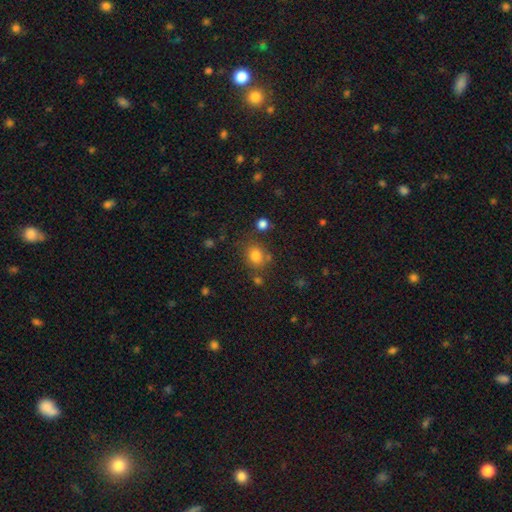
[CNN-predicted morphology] Q: Smooth or featured?
A: smooth (79%); runner-up: star or artifact (14%)
Q: How rounded?
A: round (72%); runner-up: in between (27%)
Q: Merging?
A: none (71%); runner-up: minor disturbance (14%)